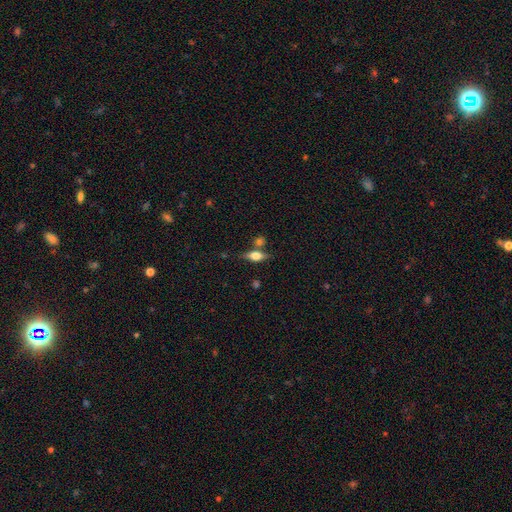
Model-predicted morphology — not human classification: smooth_or_featured: smooth (p=0.49) [alt: featured or disk p=0.43]
merging: none (p=0.69) [alt: minor disturbance p=0.14]